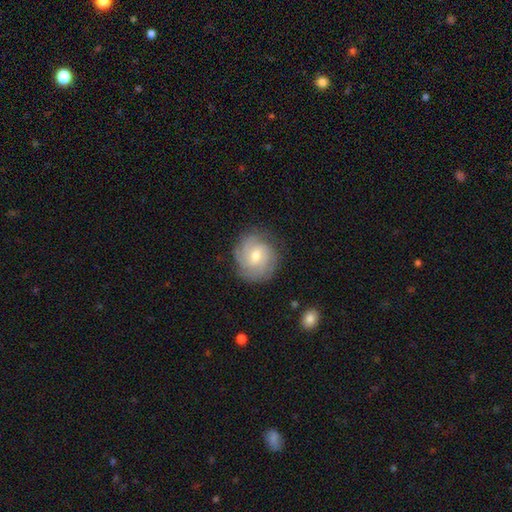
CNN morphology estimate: Q: Smooth or featured?
A: featured or disk (72%); runner-up: smooth (20%)
Q: Edge-on disk?
A: no (97%); runner-up: yes (3%)
Q: Bar?
A: no (46%); tied with: weak (46%)
Q: Spiral arms?
A: yes (94%); runner-up: no (6%)
Q: Spiral winding?
A: tight (65%); runner-up: medium (28%)
Q: Spiral arm count?
A: can't tell (32%); runner-up: 3 (27%)
Q: Bulge size?
A: moderate (57%); runner-up: small (38%)
Q: Merging?
A: none (81%); runner-up: minor disturbance (13%)